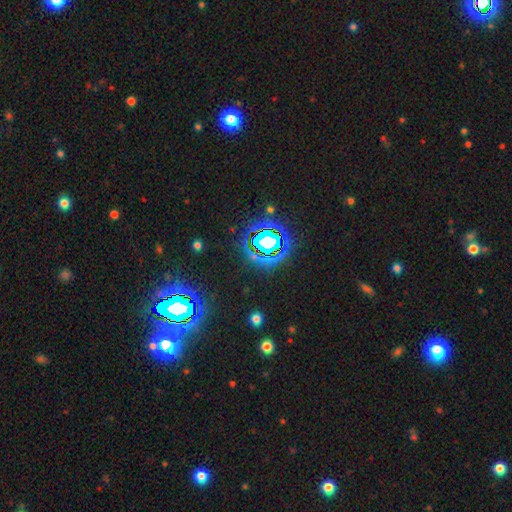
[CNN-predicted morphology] Overall: star or artifact (76%).